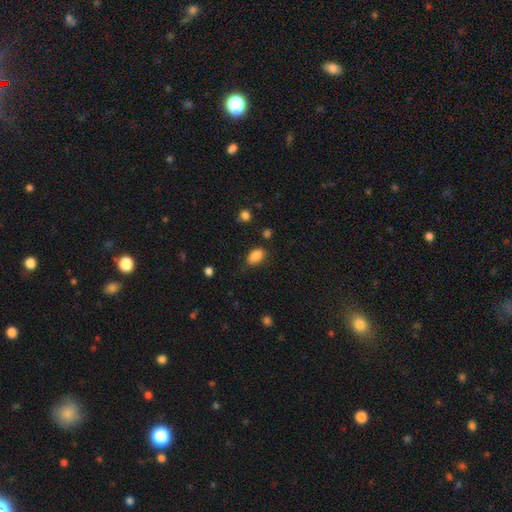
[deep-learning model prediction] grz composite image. It shows a smooth galaxy with no disk features (87%) that is in between round and cigar-shaped (90%). Merging: none (77%).